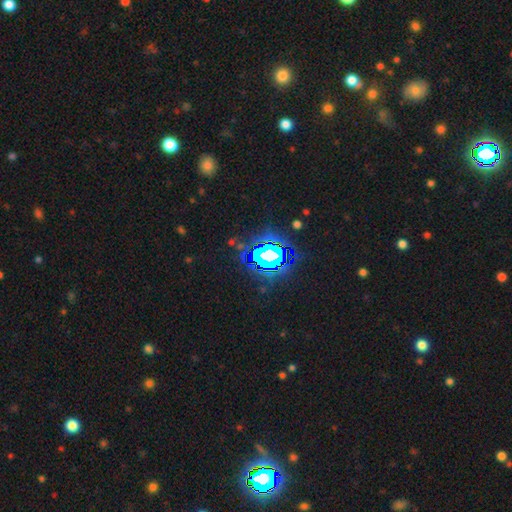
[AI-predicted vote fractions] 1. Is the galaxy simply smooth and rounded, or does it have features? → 82% star or artifact, 11% smooth, 7% featured or disk.